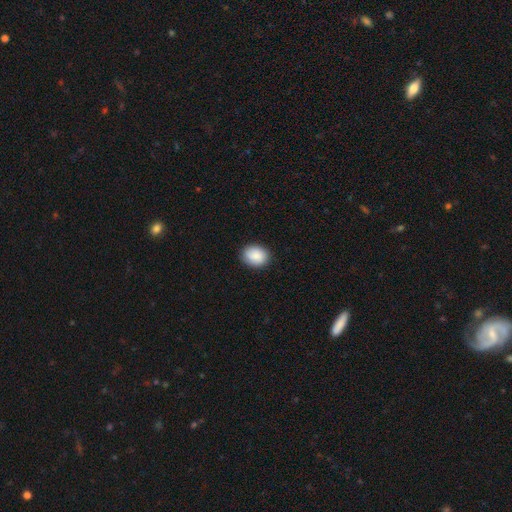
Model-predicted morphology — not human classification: A smooth galaxy with no disk features (88%) that is in between round and cigar-shaped (52%). Merging: none (88%).